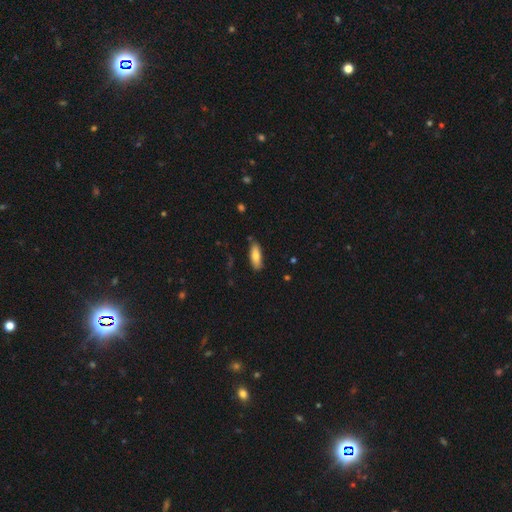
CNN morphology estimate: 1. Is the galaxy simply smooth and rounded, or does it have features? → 78% smooth, 15% featured or disk, 6% star or artifact.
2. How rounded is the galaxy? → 63% in between, 35% cigar-shaped, 2% round.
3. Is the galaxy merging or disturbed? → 81% none, 14% minor disturbance, 2% major disturbance, 2% merger.